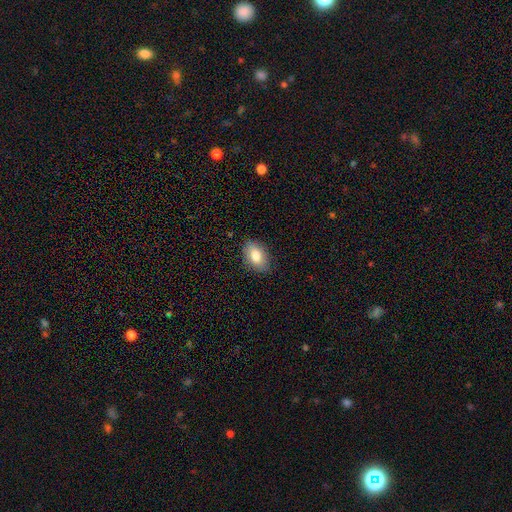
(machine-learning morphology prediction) Smooth or featured?
  - smooth: 81% *
  - featured or disk: 12%
  - star or artifact: 7%
How rounded?
  - in between: 89% *
  - round: 10%
  - cigar-shaped: 2%
Merging?
  - none: 85% *
  - minor disturbance: 11%
  - major disturbance: 2%
  - merger: 1%